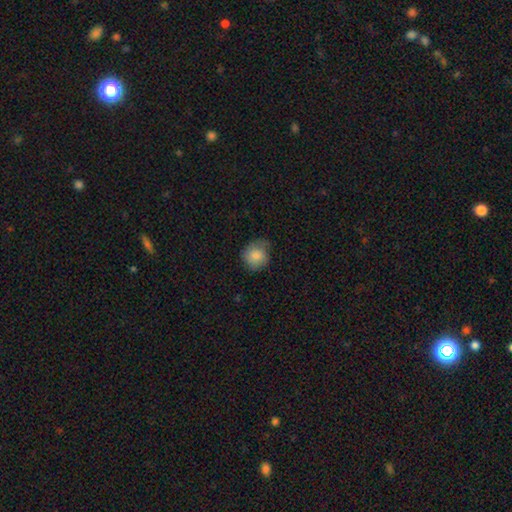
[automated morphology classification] A smooth galaxy with no disk features (83%) that is round (81%).

Vote fractions:
- Smooth or featured? smooth: 83% / featured or disk: 9% / star or artifact: 7%
- How rounded? round: 81% / in between: 18% / cigar-shaped: 1%
- Merging? none: 66% / minor disturbance: 26% / major disturbance: 7% / merger: 1%